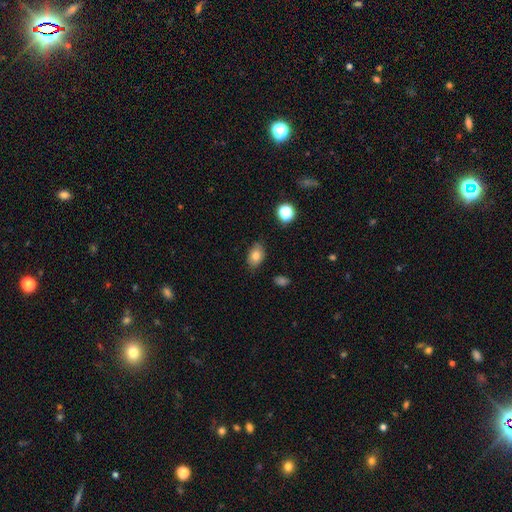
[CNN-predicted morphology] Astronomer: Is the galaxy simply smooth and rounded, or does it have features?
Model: smooth — 79%.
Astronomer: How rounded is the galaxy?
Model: in between — 83%.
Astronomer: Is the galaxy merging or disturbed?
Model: none — 82%.